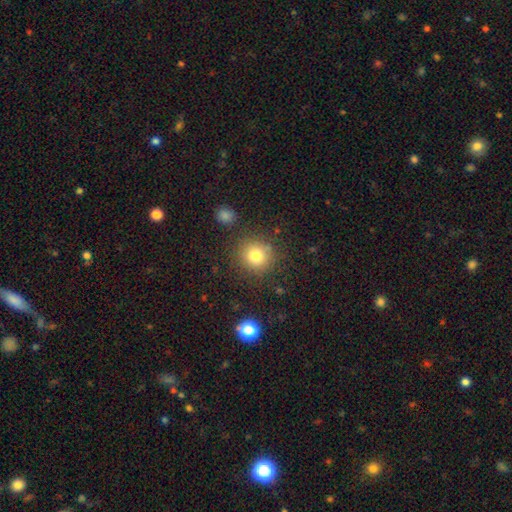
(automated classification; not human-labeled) Smooth or featured?
  - smooth: 78% *
  - star or artifact: 13%
  - featured or disk: 8%
How rounded?
  - round: 90% *
  - in between: 9%
  - cigar-shaped: 1%
Merging?
  - none: 83% *
  - minor disturbance: 9%
  - merger: 4%
  - major disturbance: 4%